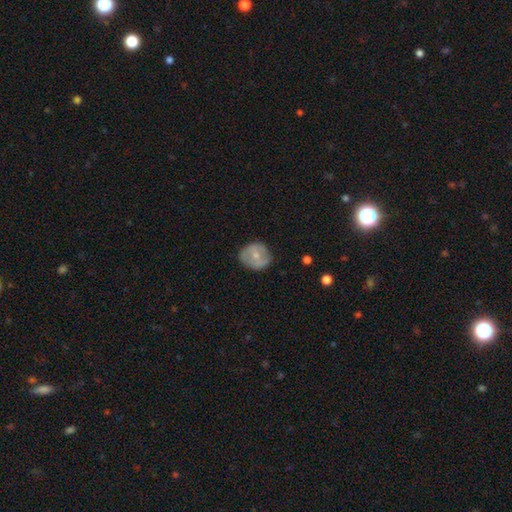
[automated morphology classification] A smooth galaxy with no disk features (51%) that is round (69%). Merging: none (73%).